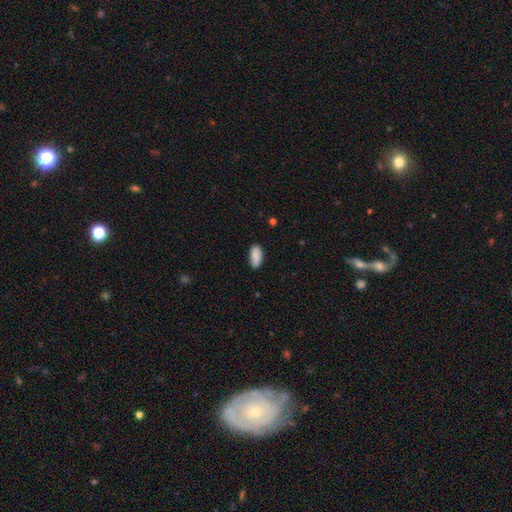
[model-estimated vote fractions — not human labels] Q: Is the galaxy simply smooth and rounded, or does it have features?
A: smooth — 88%.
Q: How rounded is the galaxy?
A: in between — 90%.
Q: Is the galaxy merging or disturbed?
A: none — 83%.